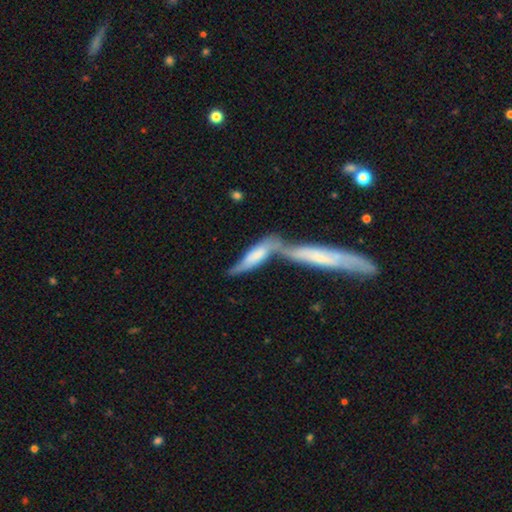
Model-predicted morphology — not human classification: Smooth or featured?
  - smooth: 54% *
  - featured or disk: 39%
  - star or artifact: 6%
How rounded?
  - cigar-shaped: 63% *
  - in between: 35%
  - round: 2%
Merging?
  - merger: 66% *
  - none: 18%
  - minor disturbance: 9%
  - major disturbance: 6%